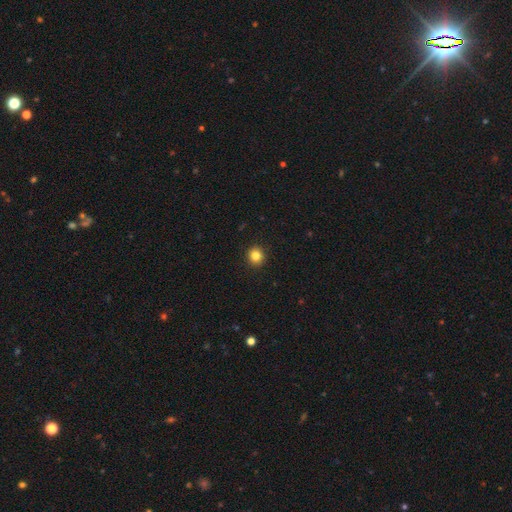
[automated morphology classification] A smooth galaxy with no disk features (83%) that is round (93%).

Vote fractions:
- Smooth or featured? smooth: 83% / star or artifact: 12% / featured or disk: 5%
- How rounded? round: 93% / in between: 6% / cigar-shaped: 1%
- Merging? none: 93% / minor disturbance: 4% / major disturbance: 2% / merger: 1%